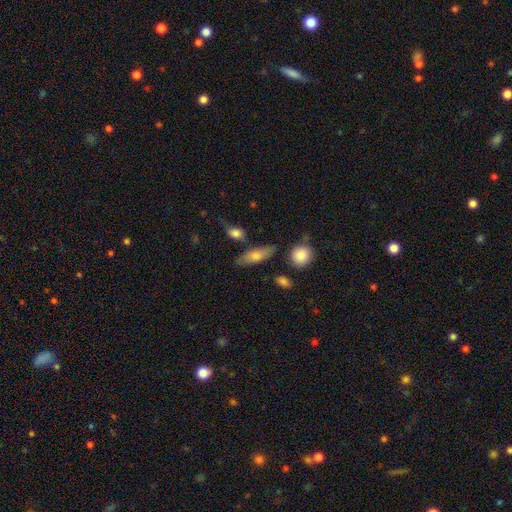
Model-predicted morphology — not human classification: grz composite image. It shows a smooth galaxy with no disk features (67%) that is in between round and cigar-shaped (66%). Merging: none (74%).